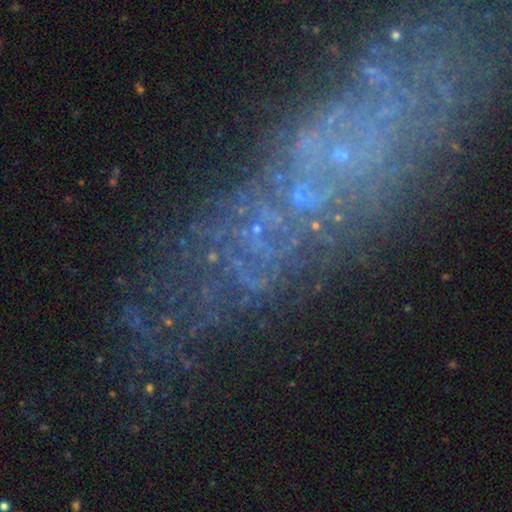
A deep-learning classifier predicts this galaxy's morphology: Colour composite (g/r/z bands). It shows a featured or disk galaxy (53%). Merging: none (57%).